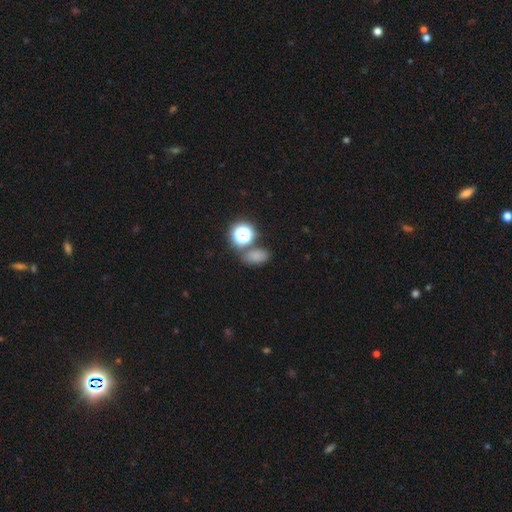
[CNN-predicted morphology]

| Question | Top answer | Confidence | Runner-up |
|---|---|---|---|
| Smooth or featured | smooth | 71% | star or artifact (22%) |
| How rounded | in between | 74% | round (24%) |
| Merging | none | 67% | merger (15%) |